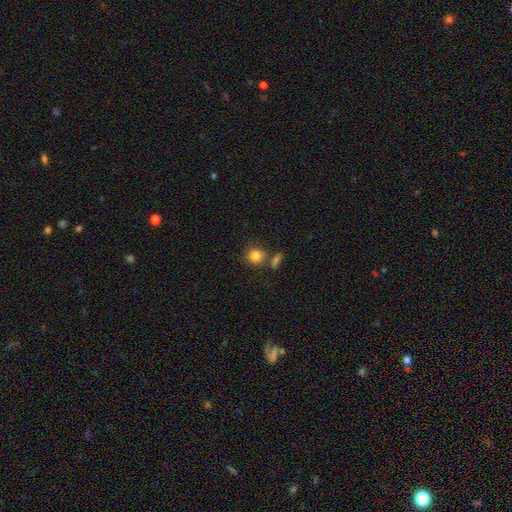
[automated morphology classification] Q: Smooth or featured?
A: smooth (84%); runner-up: star or artifact (10%)
Q: How rounded?
A: round (85%); runner-up: in between (14%)
Q: Merging?
A: none (67%); runner-up: merger (17%)